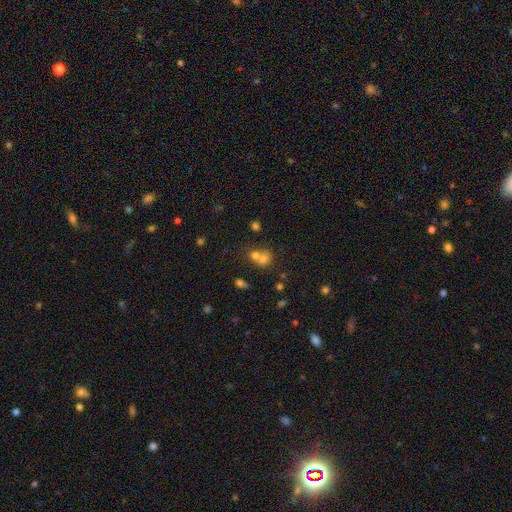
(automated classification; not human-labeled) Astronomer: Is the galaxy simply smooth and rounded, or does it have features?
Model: smooth — 58%.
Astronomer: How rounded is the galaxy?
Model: round — 76%.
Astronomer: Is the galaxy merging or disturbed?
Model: merger — 50% (runner-up: none, 40%).